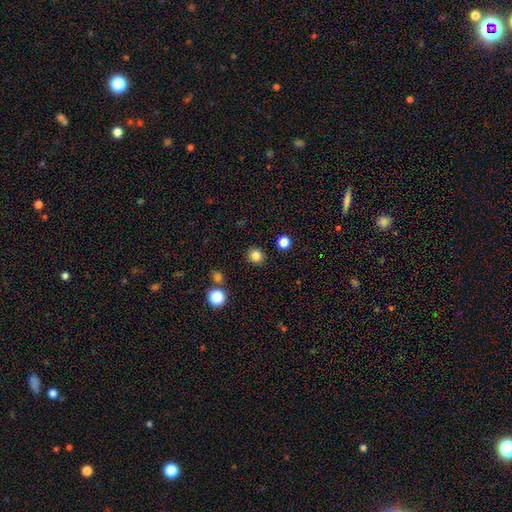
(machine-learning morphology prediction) Q: Smooth or featured?
A: smooth (82%); runner-up: star or artifact (13%)
Q: How rounded?
A: round (89%); runner-up: in between (10%)
Q: Merging?
A: none (90%); runner-up: minor disturbance (6%)